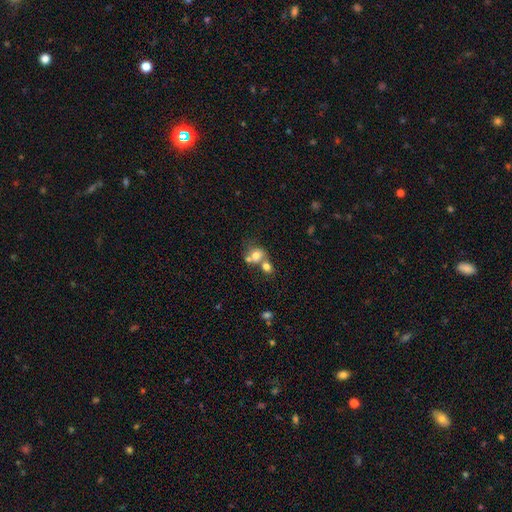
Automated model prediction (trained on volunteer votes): The model was most divided on "how rounded": round: 61%, in between: 38%, cigar-shaped: 1%. More confident: smooth or featured — smooth (69%); merging — merger (54%).